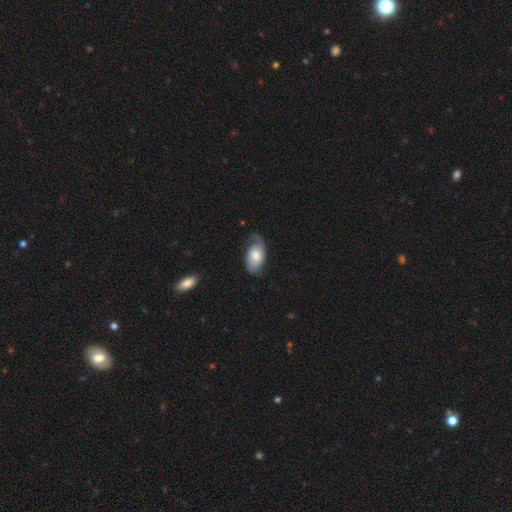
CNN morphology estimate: This appears to be a smooth galaxy with no disk features (51%) that is in between round and cigar-shaped (93%). Merging: none (50%).